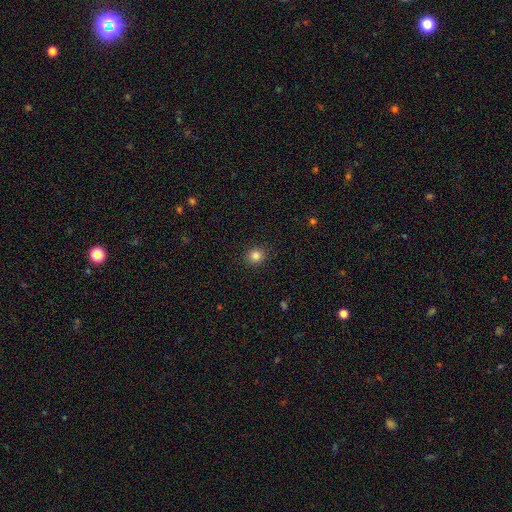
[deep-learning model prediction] The model was most divided on "how rounded": round: 82%, in between: 18%, cigar-shaped: 1%. More confident: merging — none (90%); smooth or featured — smooth (84%).